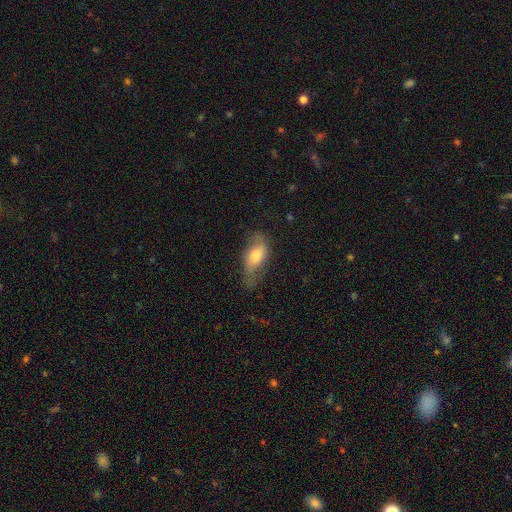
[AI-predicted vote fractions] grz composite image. It shows a smooth galaxy with no disk features (66%) that is in between round and cigar-shaped (84%). Merging: none (46%).